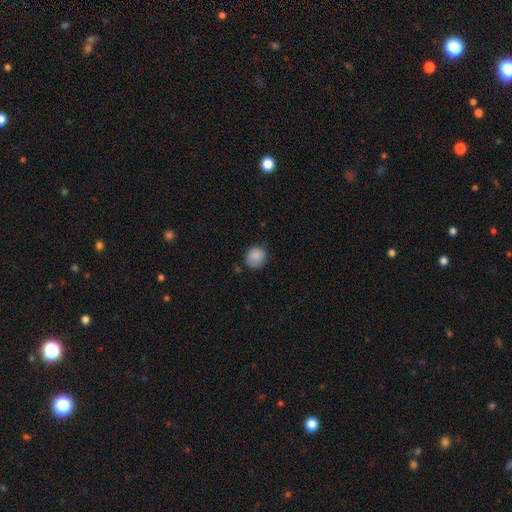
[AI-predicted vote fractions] Morphology: type=smooth (86%); roundness=round (79%); merging=none (70%).